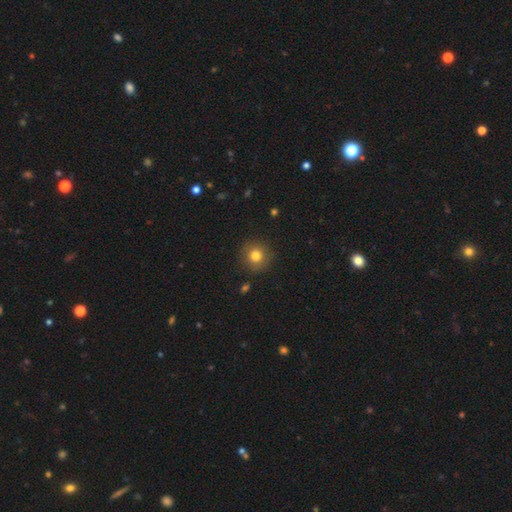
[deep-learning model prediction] A smooth galaxy with no disk features (80%) that is round (93%).

Vote fractions:
- Smooth or featured? smooth: 80% / star or artifact: 11% / featured or disk: 9%
- How rounded? round: 93% / in between: 6% / cigar-shaped: 1%
- Merging? none: 89% / minor disturbance: 8% / major disturbance: 2% / merger: 1%